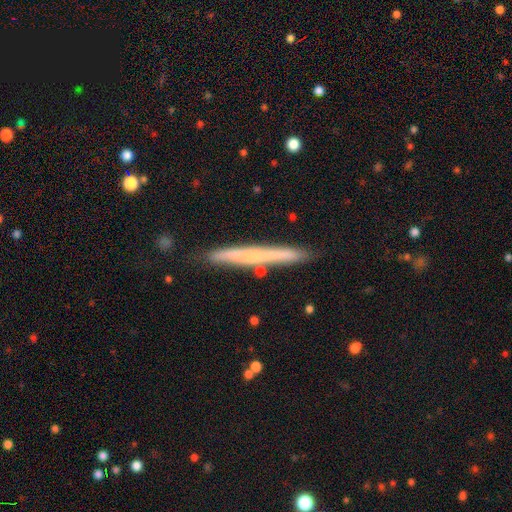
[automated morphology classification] Smooth or featured? Predicted: featured or disk (p=0.49). Merging? Predicted: none (p=0.86).